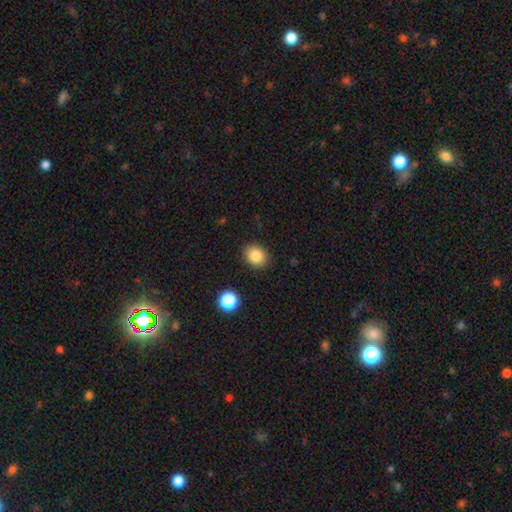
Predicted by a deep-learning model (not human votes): smooth-or-featured: smooth: 84% | star or artifact: 10% | featured or disk: 6%
  how-rounded: round: 57% | in between: 42% | cigar-shaped: 1%
  merging: none: 88% | minor disturbance: 8% | major disturbance: 2% | merger: 2%